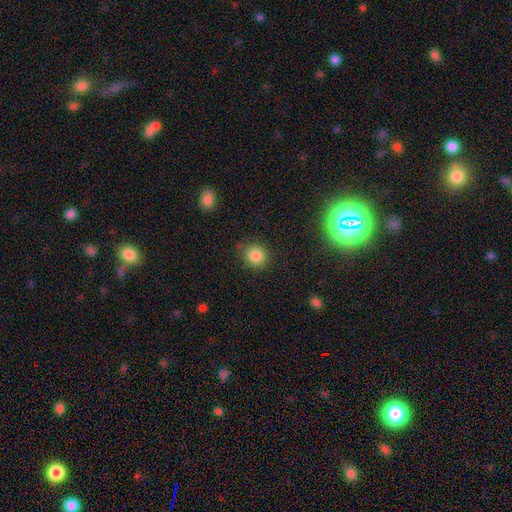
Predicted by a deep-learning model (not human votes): This appears to be a smooth galaxy with no disk features (84%) that is round (86%). Merging: none (86%).